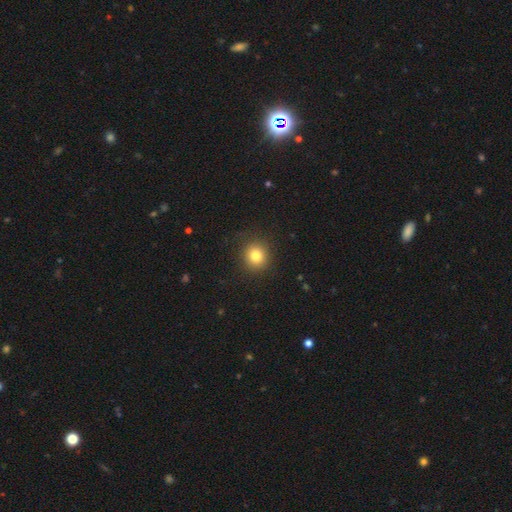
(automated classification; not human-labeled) smooth-or-featured: smooth: 81% | star or artifact: 12% | featured or disk: 7%
  how-rounded: round: 88% | in between: 11% | cigar-shaped: 1%
  merging: none: 89% | minor disturbance: 8% | major disturbance: 3% | merger: 1%